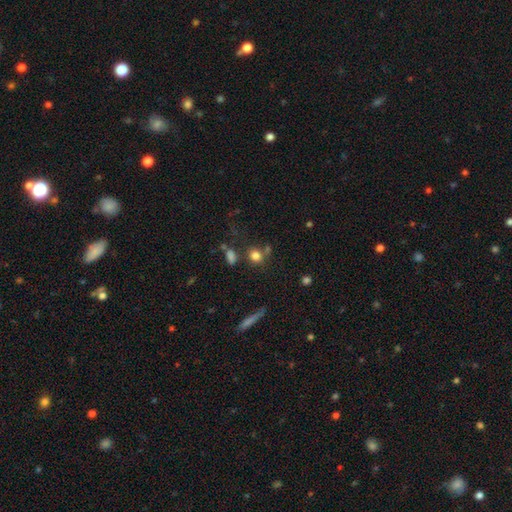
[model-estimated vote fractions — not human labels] Overall: smooth (79%). How rounded: round (79%). Merging: none (67%).